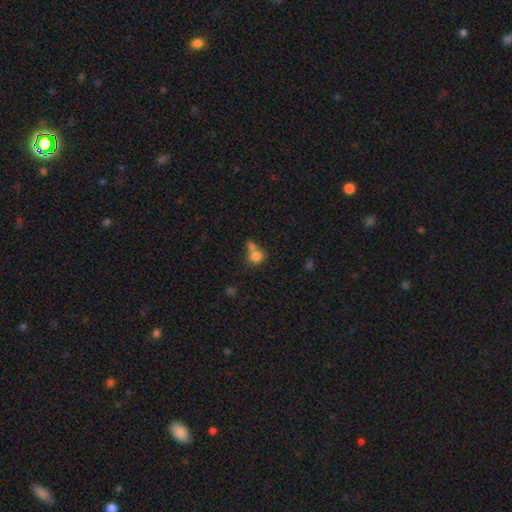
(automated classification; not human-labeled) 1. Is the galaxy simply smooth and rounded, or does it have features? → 79% smooth, 11% star or artifact, 10% featured or disk.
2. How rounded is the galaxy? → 72% round, 27% in between, 1% cigar-shaped.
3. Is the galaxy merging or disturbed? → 50% merger, 37% none, 9% minor disturbance, 4% major disturbance.